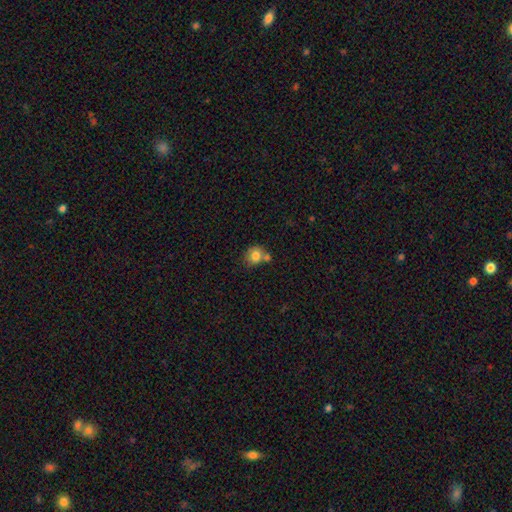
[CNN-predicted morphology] Smooth or featured?
  - smooth: 80% *
  - featured or disk: 11%
  - star or artifact: 9%
How rounded?
  - round: 71% *
  - in between: 28%
  - cigar-shaped: 1%
Merging?
  - none: 49% *
  - merger: 32%
  - minor disturbance: 15%
  - major disturbance: 5%